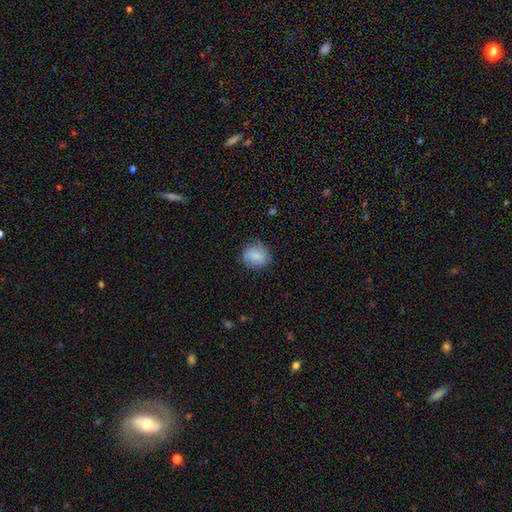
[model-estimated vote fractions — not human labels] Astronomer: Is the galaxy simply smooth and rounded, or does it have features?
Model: smooth — 84%.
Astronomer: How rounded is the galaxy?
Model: round — 73%.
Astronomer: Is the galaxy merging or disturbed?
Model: none — 81%.